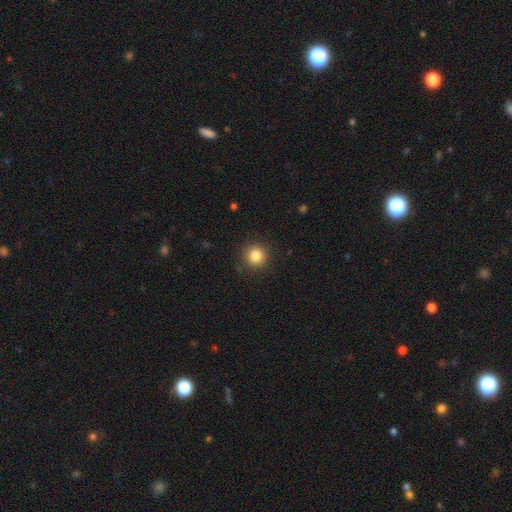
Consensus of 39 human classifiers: Volunteers were most divided on "merging": none: 78%, minor disturbance: 16%, major disturbance: 3%, merger: 3%. More confident: how rounded — round (97%); smooth or featured — smooth (92%).